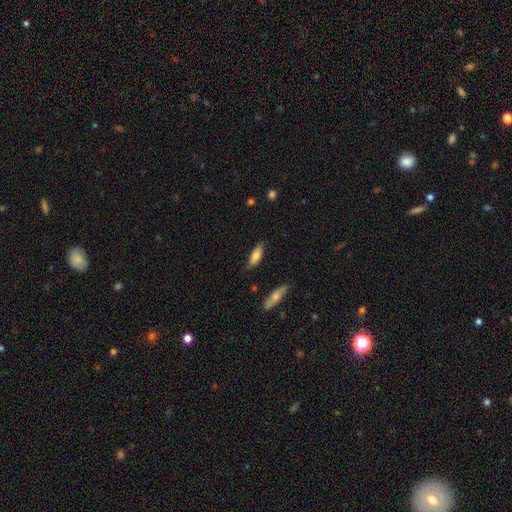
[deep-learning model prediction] This appears to be a smooth galaxy with no disk features (74%) that is in between round and cigar-shaped (60%). Merging: none (77%).